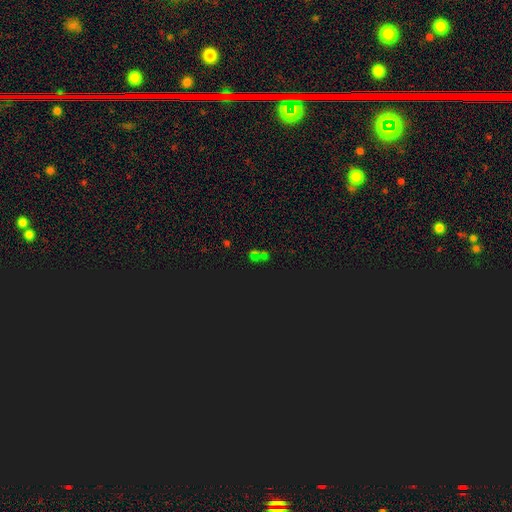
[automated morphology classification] Smooth or featured? star or artifact (67%)